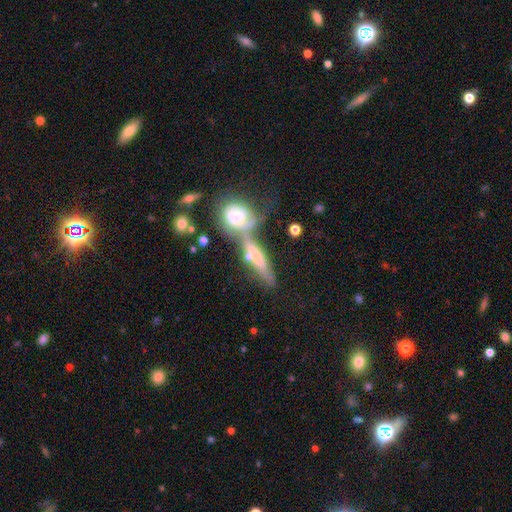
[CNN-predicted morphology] This is possibly a smooth galaxy (46%). Merging: possibly merger (45%).